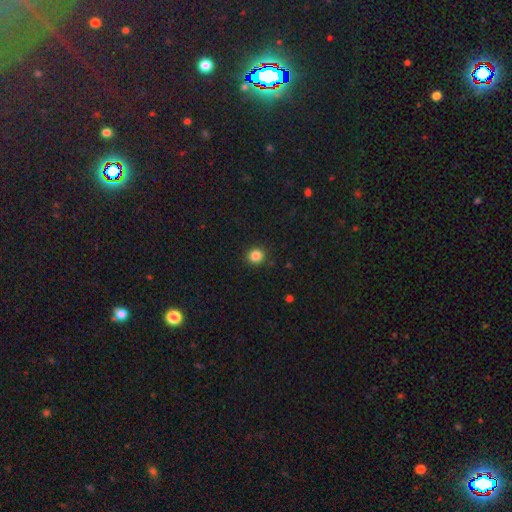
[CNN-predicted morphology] smooth 85%, star or artifact 11%, featured or disk 4%. Down the decision tree: how rounded — round (88%); merging — none (91%).